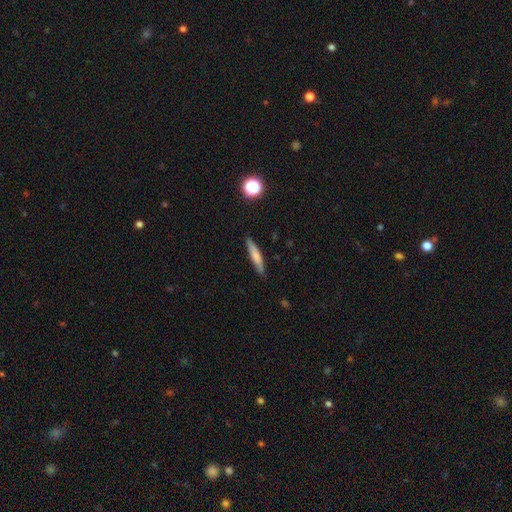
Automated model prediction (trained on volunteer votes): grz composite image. It shows a smooth galaxy with no disk features (65%) that is cigar-shaped (88%). Merging: none (87%).